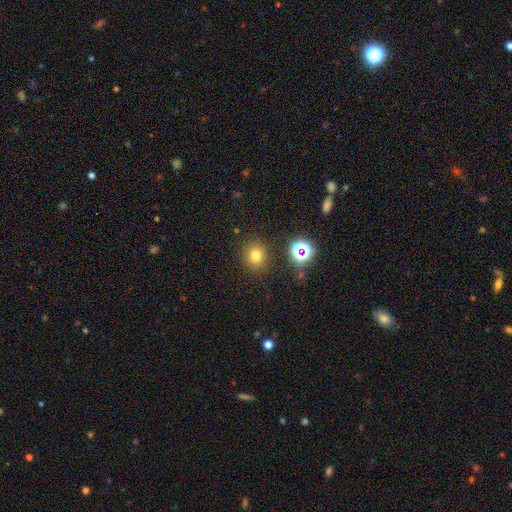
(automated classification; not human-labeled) The model was most divided on "smooth or featured": smooth: 73%, star or artifact: 19%, featured or disk: 8%. More confident: merging — none (85%); how rounded — round (79%).